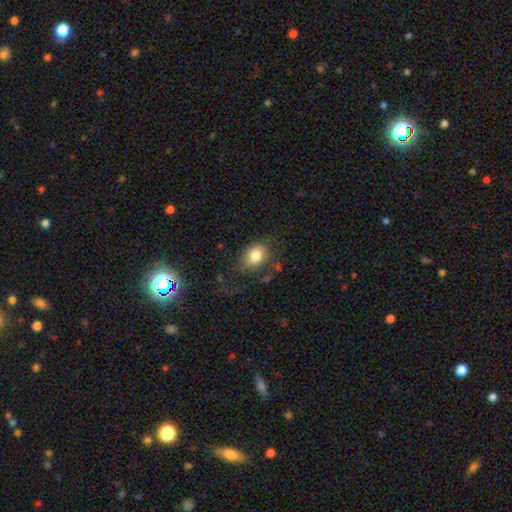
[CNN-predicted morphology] Overall: smooth (80%). How rounded: in between (74%). Merging: none (63%).